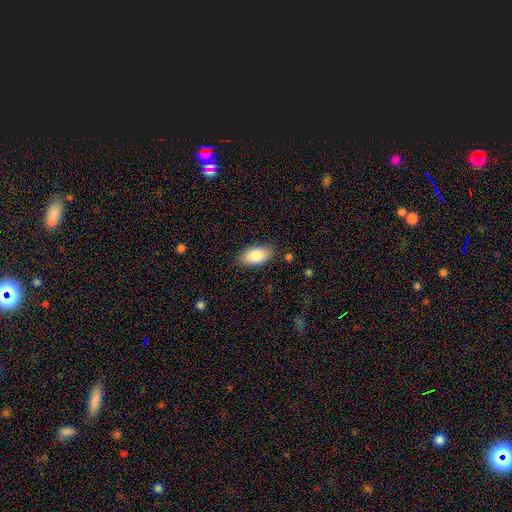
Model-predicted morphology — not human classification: Smooth or featured?
  - smooth: 85% *
  - featured or disk: 9%
  - star or artifact: 6%
How rounded?
  - in between: 94% *
  - round: 3%
  - cigar-shaped: 3%
Merging?
  - none: 85% *
  - minor disturbance: 11%
  - major disturbance: 2%
  - merger: 1%